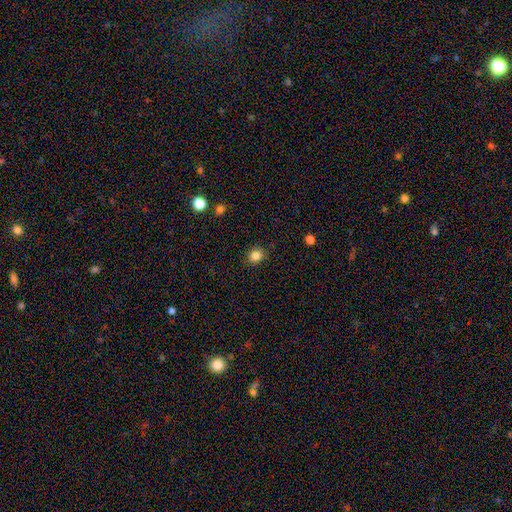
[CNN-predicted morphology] smooth_or_featured: smooth (p=0.84) [alt: star or artifact p=0.11]
how_rounded: round (p=0.77) [alt: in between p=0.22]
merging: none (p=0.88) [alt: minor disturbance p=0.08]